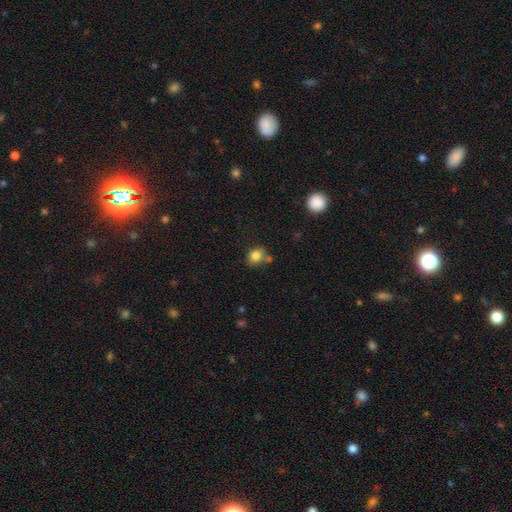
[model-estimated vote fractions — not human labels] Q: Smooth or featured?
A: smooth (83%); runner-up: star or artifact (11%)
Q: How rounded?
A: round (62%); runner-up: in between (37%)
Q: Merging?
A: none (64%); runner-up: minor disturbance (17%)